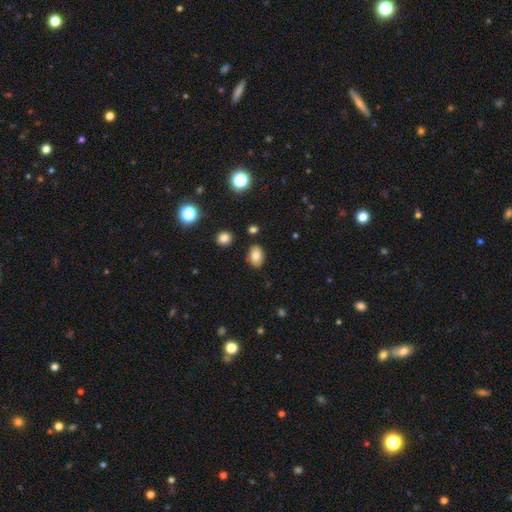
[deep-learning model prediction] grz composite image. It shows a smooth galaxy with no disk features (80%) that is in between round and cigar-shaped (83%). Merging: none (84%).